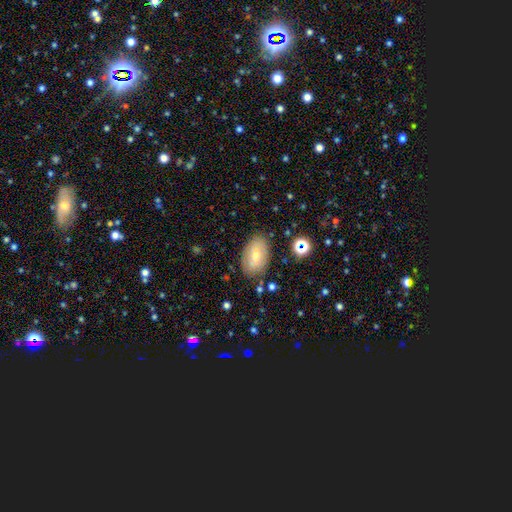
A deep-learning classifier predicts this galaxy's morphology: smooth-or-featured: smooth: 68% | featured or disk: 23% | star or artifact: 9%
  how-rounded: in between: 90% | round: 8% | cigar-shaped: 2%
  merging: none: 79% | minor disturbance: 14% | major disturbance: 4% | merger: 2%